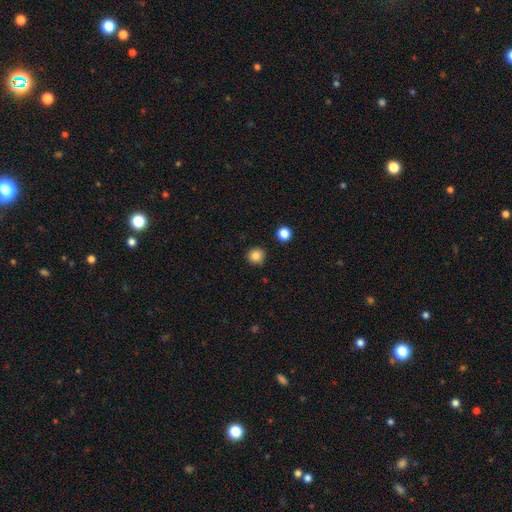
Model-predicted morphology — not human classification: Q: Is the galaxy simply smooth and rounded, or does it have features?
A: smooth — 83%.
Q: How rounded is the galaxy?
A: round — 92%.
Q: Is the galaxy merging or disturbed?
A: none — 87%.